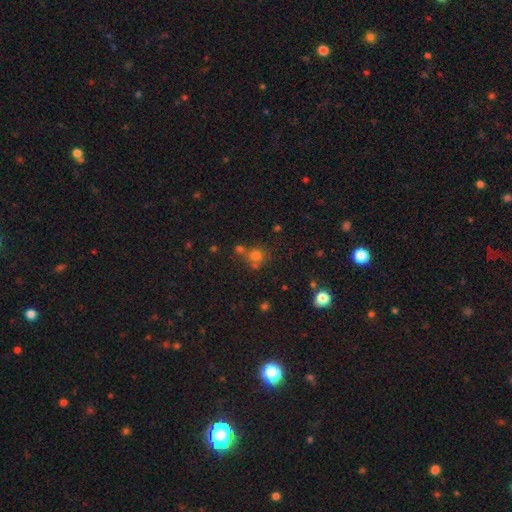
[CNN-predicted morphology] type=smooth (71%); roundness=round (86%); merging=none (56%).